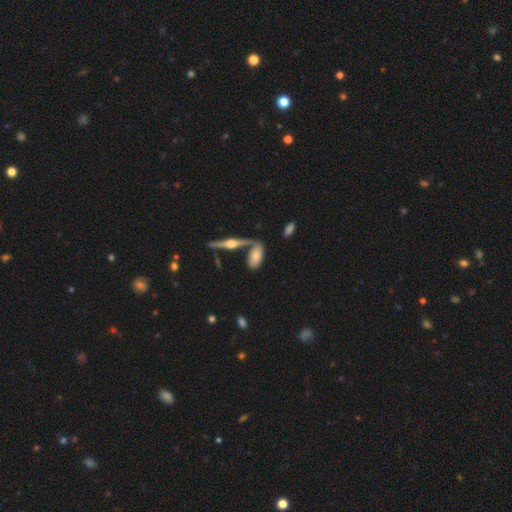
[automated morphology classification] smooth_or_featured: smooth (p=0.57) [alt: featured or disk p=0.36]
how_rounded: in between (p=0.83) [alt: cigar-shaped p=0.13]
merging: none (p=0.56) [alt: merger p=0.23]